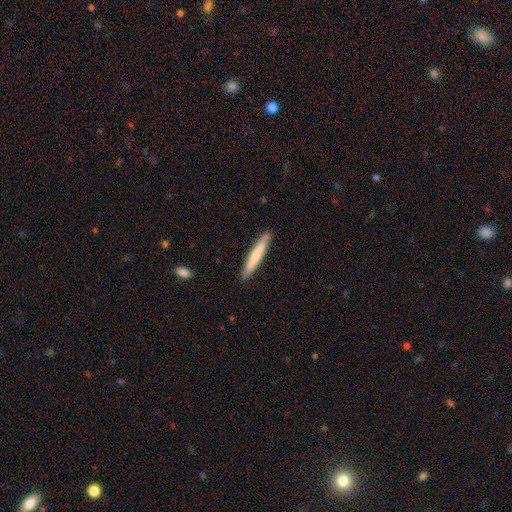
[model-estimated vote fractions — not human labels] Morphology: type=smooth (68%); roundness=cigar-shaped (95%); merging=none (87%).